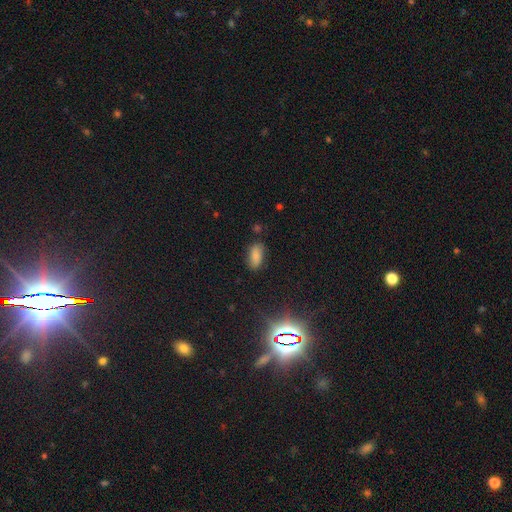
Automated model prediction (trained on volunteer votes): The model was most divided on "merging": none: 81%, minor disturbance: 13%, major disturbance: 3%, merger: 2%. More confident: how rounded — in between (91%); smooth or featured — smooth (82%).